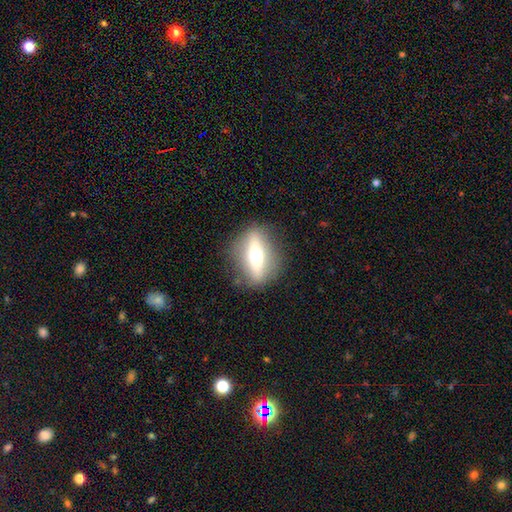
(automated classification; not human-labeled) This appears to be a featured or disk galaxy (57%) viewed edge-on (69%). Merging: none (83%).